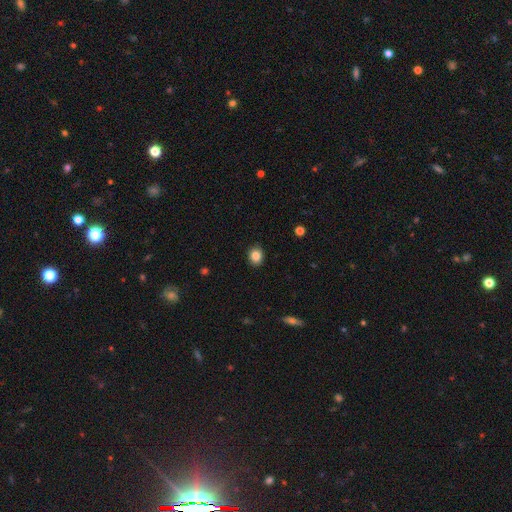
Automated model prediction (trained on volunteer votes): Smooth or featured: smooth — 85% (star or artifact — 10%)
How rounded: round — 63% (in between — 36%)
Merging: none — 91% (minor disturbance — 7%)